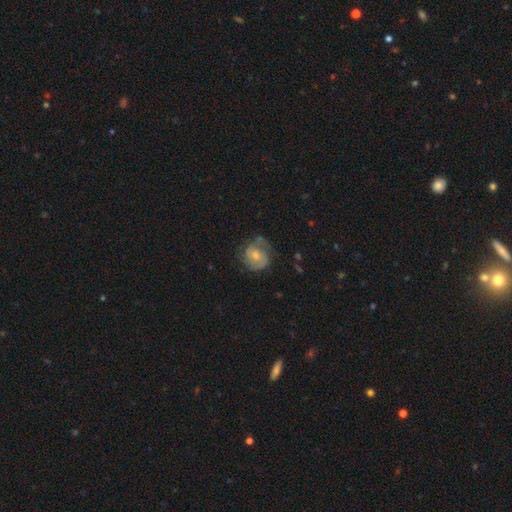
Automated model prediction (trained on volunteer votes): A featured or disk galaxy (62%) with no bar (63%), 2 (63%) tight (43%) spiral arms (85%) and a moderate central bulge (49%). Merging: none (59%).